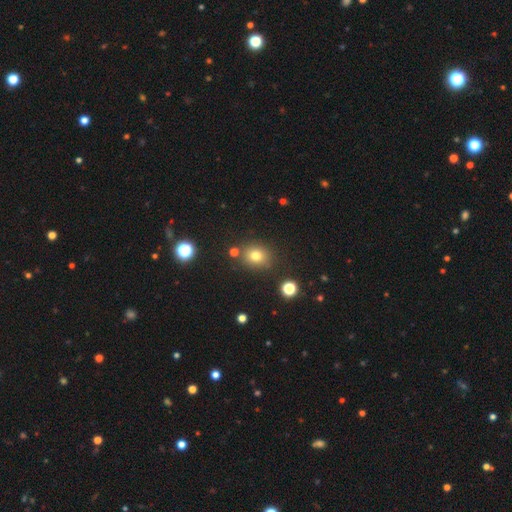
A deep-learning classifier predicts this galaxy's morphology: type=smooth (75%); roundness=round (67%); merging=none (80%).